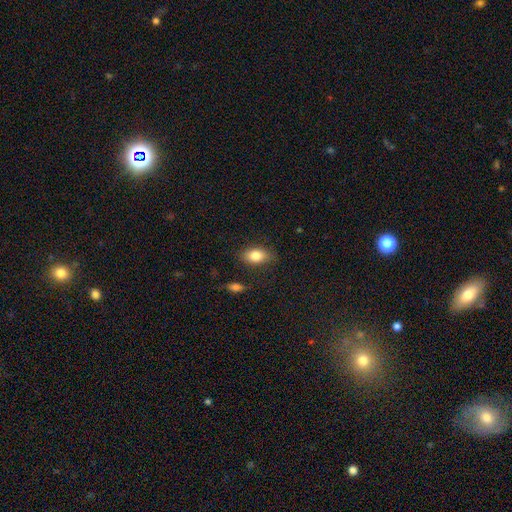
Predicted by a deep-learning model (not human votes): A smooth galaxy with no disk features (83%) that is in between round and cigar-shaped (87%). Merging: none (81%).